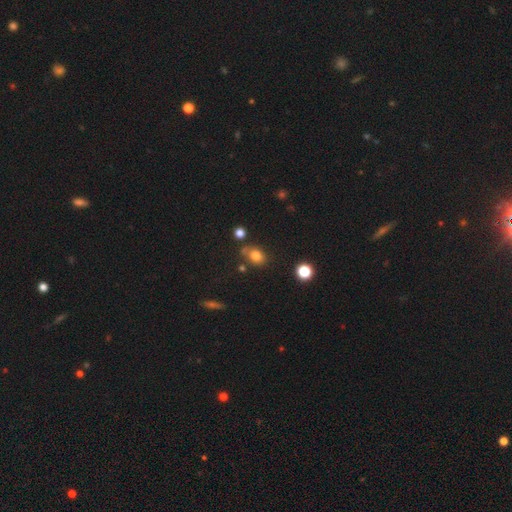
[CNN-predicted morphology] type=smooth (78%); roundness=in between (56%); merging=none (64%).